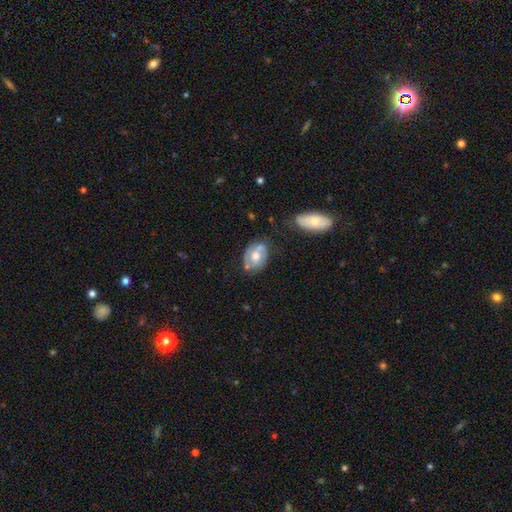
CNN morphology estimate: Smooth or featured? featured or disk (54%)
Edge-on disk? no (95%)
Bar? no (72%)
Spiral arms? no (51%)
Bulge size? moderate (64%)
Merging? none (54%)